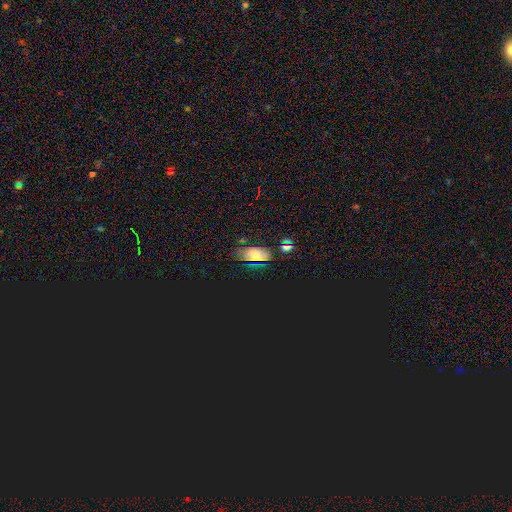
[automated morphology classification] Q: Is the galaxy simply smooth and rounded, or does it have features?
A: smooth — 44%.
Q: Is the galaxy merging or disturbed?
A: none — 74%.